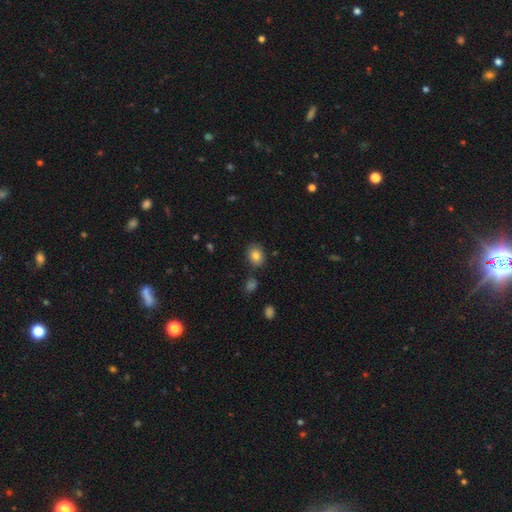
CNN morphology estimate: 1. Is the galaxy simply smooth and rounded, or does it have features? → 82% smooth, 10% star or artifact, 8% featured or disk.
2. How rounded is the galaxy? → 59% in between, 40% round, 1% cigar-shaped.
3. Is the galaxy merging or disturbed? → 82% none, 11% minor disturbance, 4% merger, 3% major disturbance.